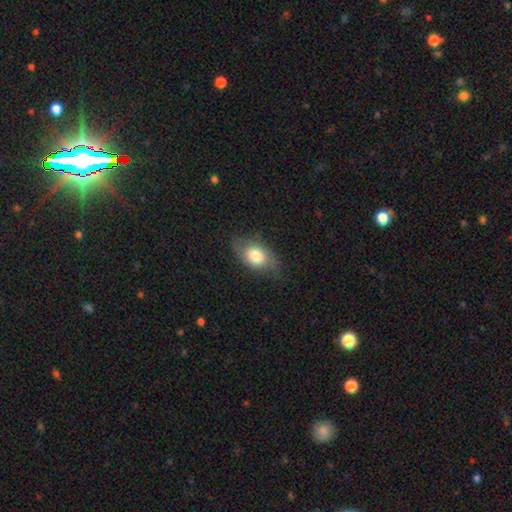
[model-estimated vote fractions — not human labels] Smooth or featured? smooth (73%)
How rounded? in between (86%)
Merging? none (70%)